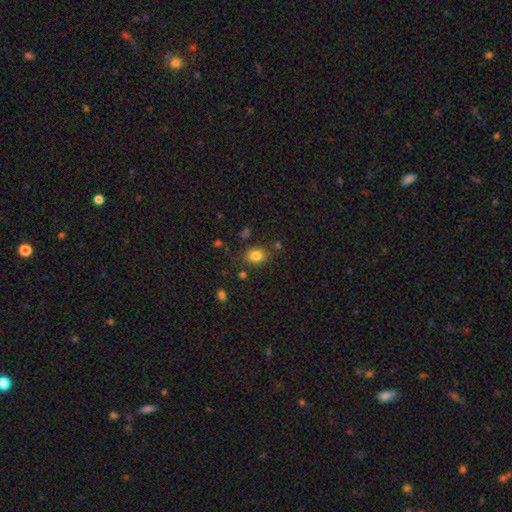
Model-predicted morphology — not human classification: This appears to be a smooth galaxy with no disk features (82%) that is in between round and cigar-shaped (55%). Merging: none (78%).